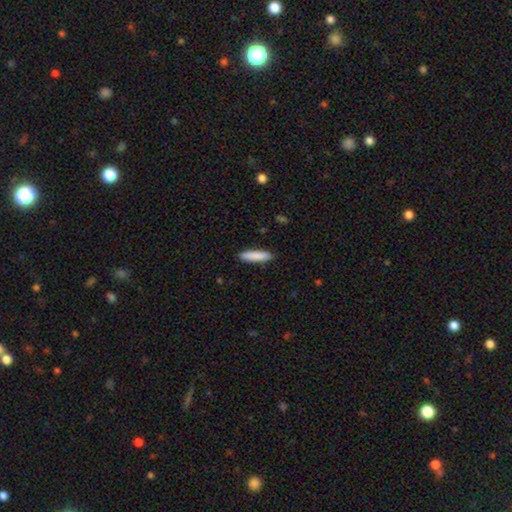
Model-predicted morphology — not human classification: Overall: smooth (87%). How rounded: cigar-shaped (78%). Merging: none (89%).